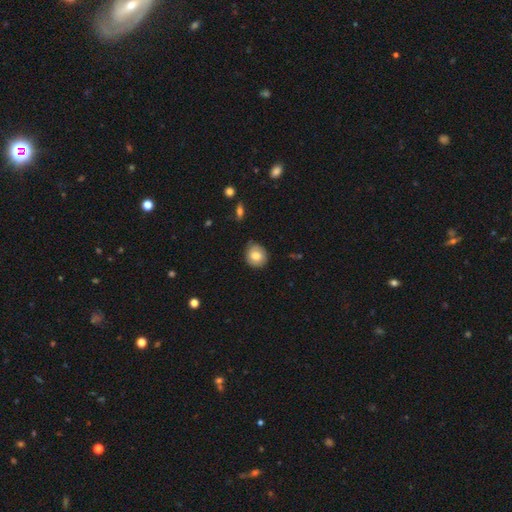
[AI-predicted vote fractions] smooth 75%, featured or disk 17%, star or artifact 8%. Down the decision tree: how rounded — round (75%); merging — none (79%).